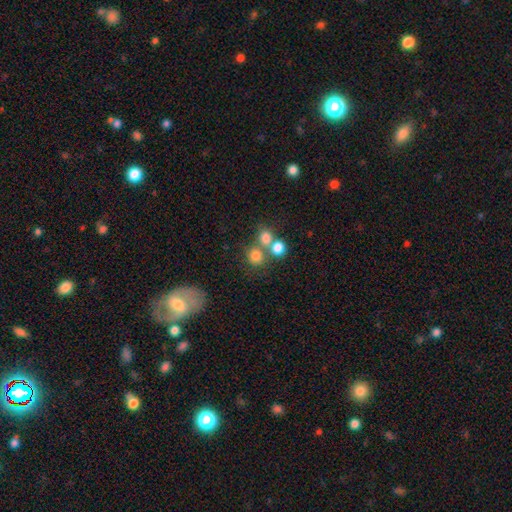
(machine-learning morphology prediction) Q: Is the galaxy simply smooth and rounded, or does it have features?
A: smooth — 76%.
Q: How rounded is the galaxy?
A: round — 81%.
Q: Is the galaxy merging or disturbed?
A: none — 51%.